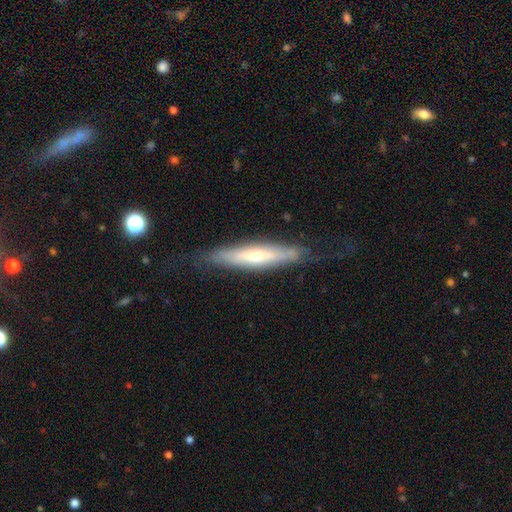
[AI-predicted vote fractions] A featured or disk galaxy (53%) viewed edge-on (79%). Merging: none (73%).